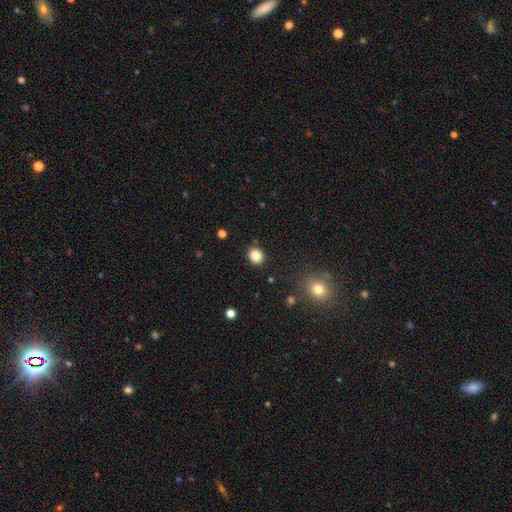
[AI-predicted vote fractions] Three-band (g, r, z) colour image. It shows a smooth galaxy with no disk features (85%) that is round (74%). Merging: none (90%).